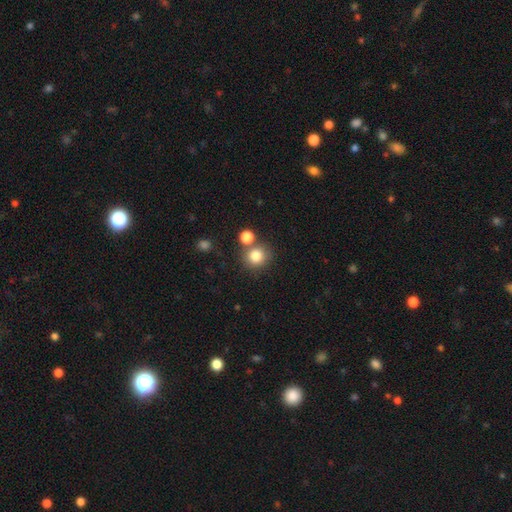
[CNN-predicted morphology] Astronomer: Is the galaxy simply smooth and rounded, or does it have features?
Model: smooth — 82%.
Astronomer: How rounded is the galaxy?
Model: round — 89%.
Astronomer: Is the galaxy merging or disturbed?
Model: none — 69%.